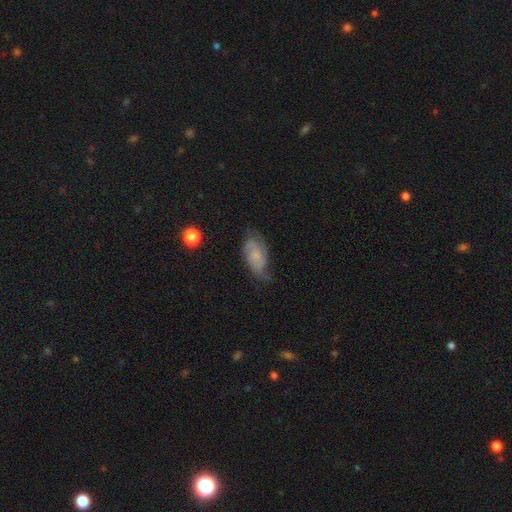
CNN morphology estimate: type=featured or disk (66%); edge-on=no (95%); bar=no (66%); spiral arms=yes (91%); winding=medium (44%); arm count=2 (62%); bulge=small (60%); merging=none (63%).